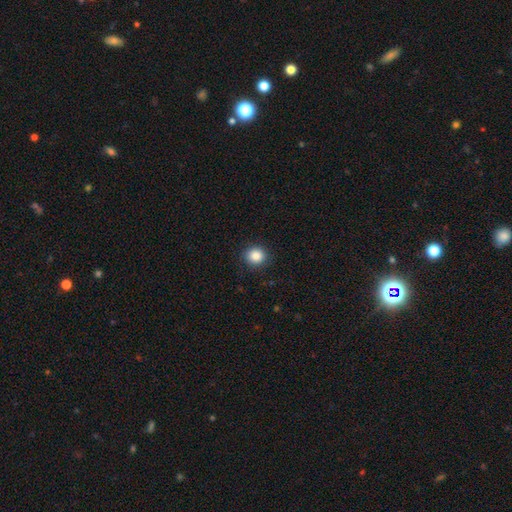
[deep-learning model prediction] This appears to be a smooth galaxy with no disk features (87%) that is round (86%). Merging: none (91%).